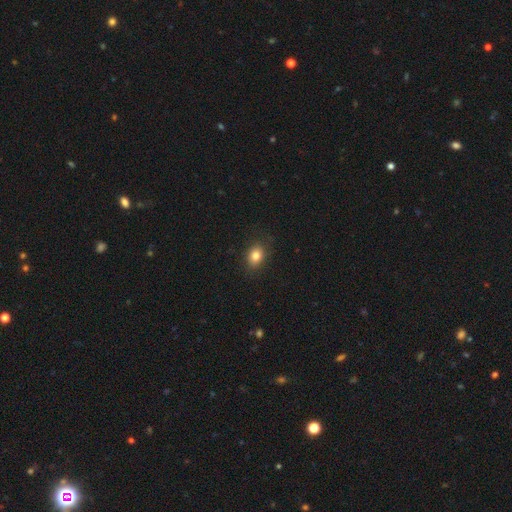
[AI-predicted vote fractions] Overall: smooth (83%). How rounded: in between (65%; round 33%). Merging: none (85%).